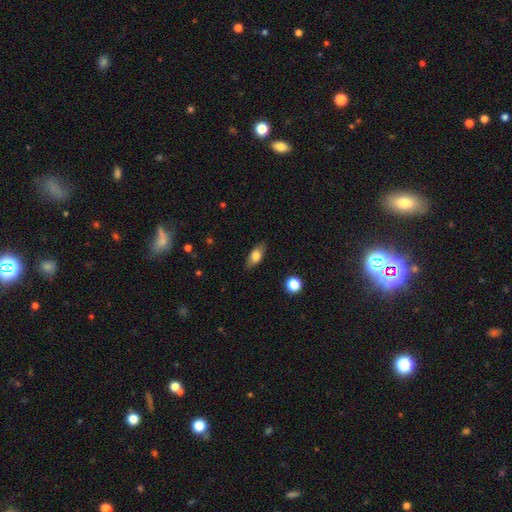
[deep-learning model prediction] smooth_or_featured: smooth (p=0.74) [alt: featured or disk p=0.19]
how_rounded: in between (p=0.84) [alt: cigar-shaped p=0.11]
merging: none (p=0.84) [alt: minor disturbance p=0.12]